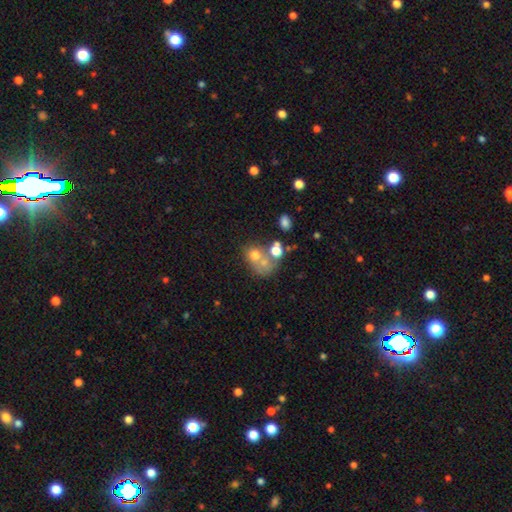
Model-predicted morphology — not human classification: Q: Smooth or featured?
A: smooth (56%); runner-up: featured or disk (26%)
Q: How rounded?
A: round (62%); runner-up: in between (37%)
Q: Merging?
A: merger (53%); runner-up: none (29%)